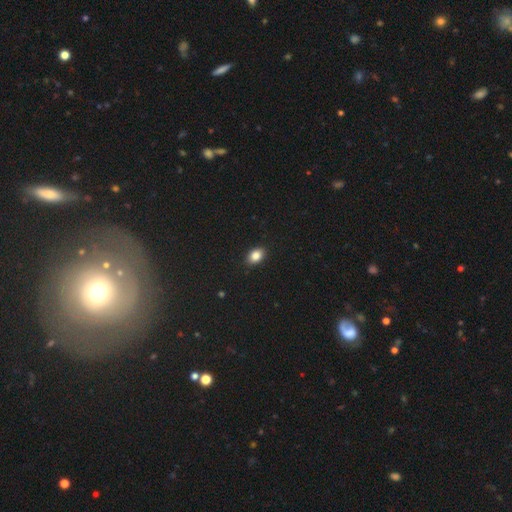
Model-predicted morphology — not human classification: Smooth or featured? Predicted: smooth (p=0.86). How rounded? Predicted: in between (p=0.80). Merging? Predicted: none (p=0.89).